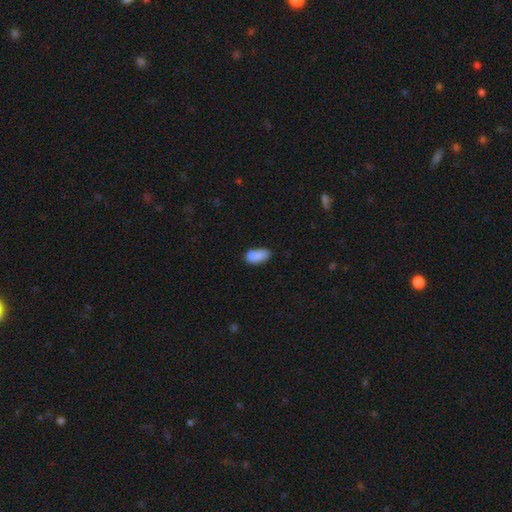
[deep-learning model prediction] Morphology: type=smooth (78%); roundness=in between (90%); merging=none (49%).